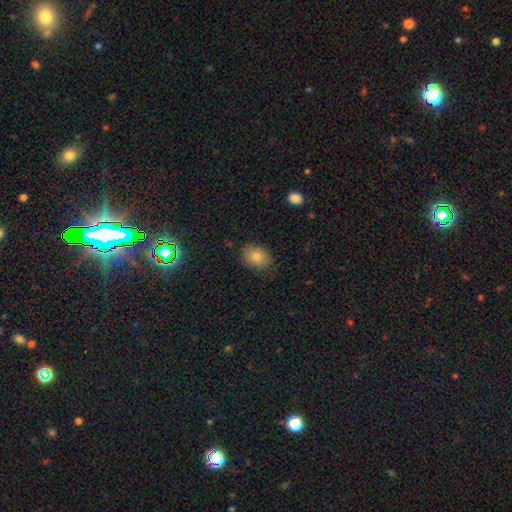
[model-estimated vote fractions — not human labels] smooth_or_featured: smooth (p=0.75) [alt: featured or disk p=0.13]
how_rounded: in between (p=0.63) [alt: round p=0.36]
merging: none (p=0.82) [alt: minor disturbance p=0.14]